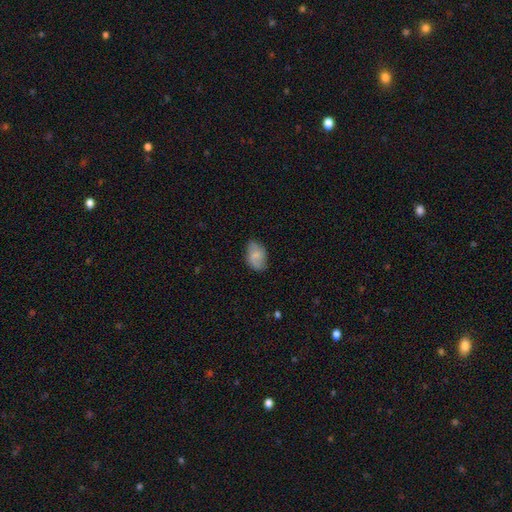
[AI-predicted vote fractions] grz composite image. It shows a smooth galaxy with no disk features (72%) that is in between round and cigar-shaped (89%). Merging: none (70%).